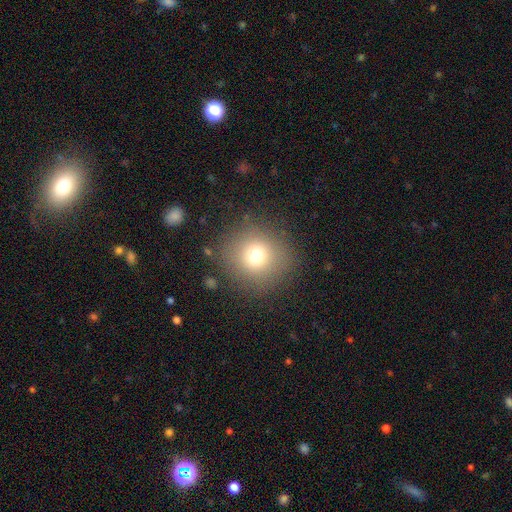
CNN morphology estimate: Q: Smooth or featured?
A: smooth (73%); runner-up: star or artifact (16%)
Q: How rounded?
A: round (93%); runner-up: in between (6%)
Q: Merging?
A: none (86%); runner-up: minor disturbance (8%)